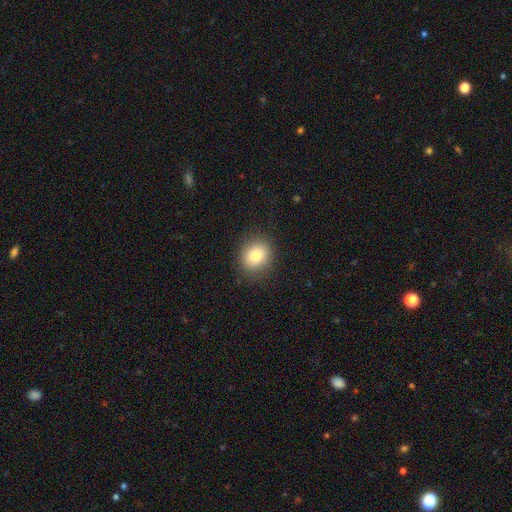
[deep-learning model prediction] A smooth galaxy with no disk features (82%) that is round (68%).

Vote fractions:
- Smooth or featured? smooth: 82% / star or artifact: 9% / featured or disk: 9%
- How rounded? round: 68% / in between: 31% / cigar-shaped: 1%
- Merging? none: 87% / minor disturbance: 9% / major disturbance: 3% / merger: 1%